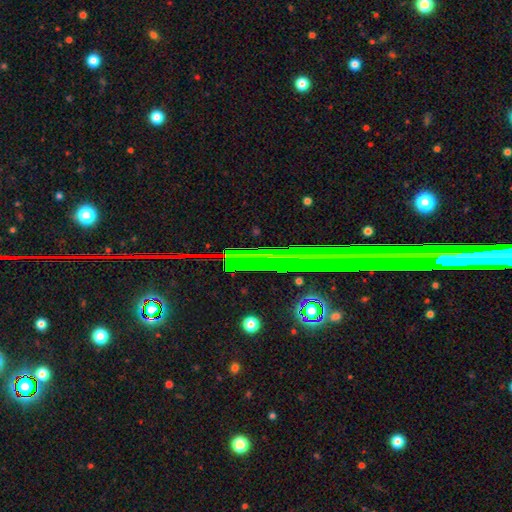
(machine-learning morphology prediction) smooth-or-featured: star or artifact: 69% | featured or disk: 17% | smooth: 14%